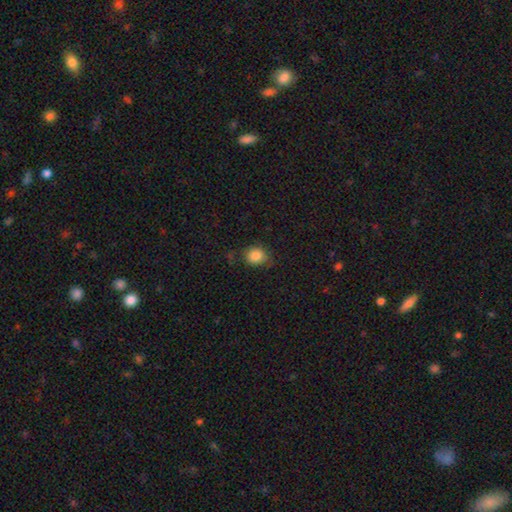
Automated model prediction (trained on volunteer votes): smooth_or_featured: smooth (p=0.85) [alt: star or artifact p=0.10]
how_rounded: round (p=0.72) [alt: in between p=0.27]
merging: none (p=0.76) [alt: minor disturbance p=0.18]